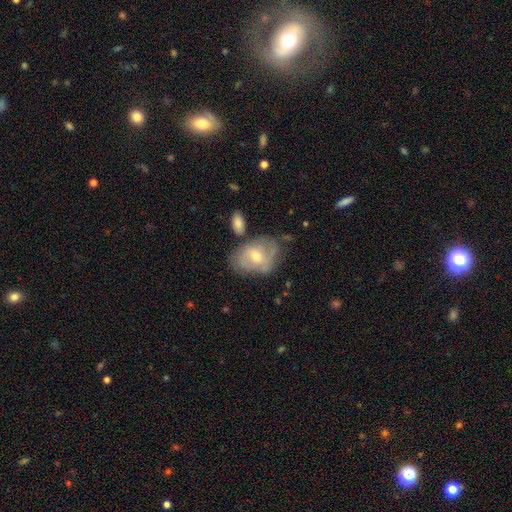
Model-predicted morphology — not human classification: Smooth or featured: featured or disk — 59% (smooth — 34%)
Edge-on disk: no — 95% (yes — 5%)
Bar: no — 51% (weak — 39%)
Spiral arms: yes — 70% (no — 30%)
Bulge size: moderate — 51% (small — 45%)
Merging: none — 54% (minor disturbance — 26%)